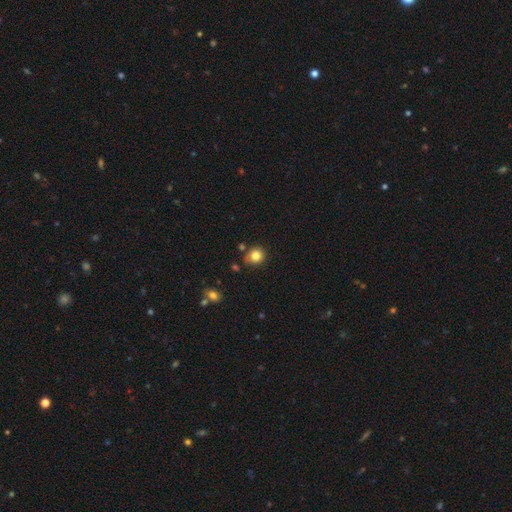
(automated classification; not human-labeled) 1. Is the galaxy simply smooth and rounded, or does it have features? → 82% smooth, 11% star or artifact, 7% featured or disk.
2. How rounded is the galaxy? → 80% round, 19% in between, 1% cigar-shaped.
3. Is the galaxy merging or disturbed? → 77% none, 15% minor disturbance, 6% merger, 3% major disturbance.